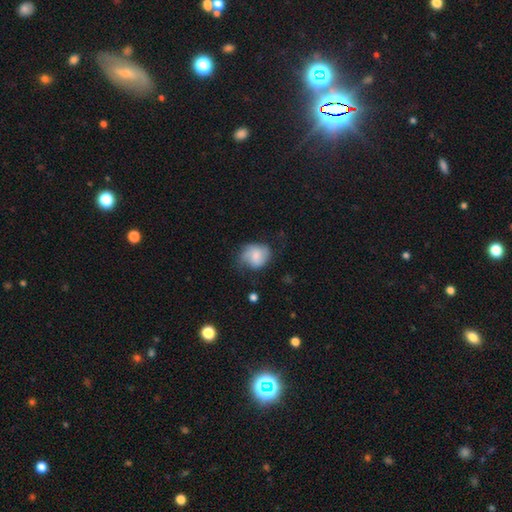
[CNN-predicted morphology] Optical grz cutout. It shows a smooth galaxy with no disk features (59%) that is round (58%). Merging: none (49%).